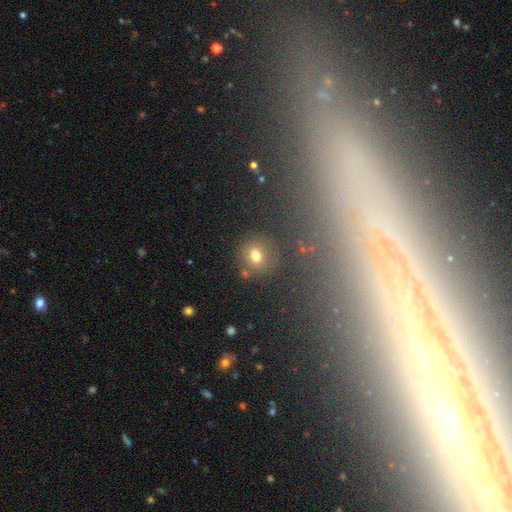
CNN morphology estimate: This appears to be a smooth galaxy with no disk features (70%) that is round (80%). Merging: none (77%).